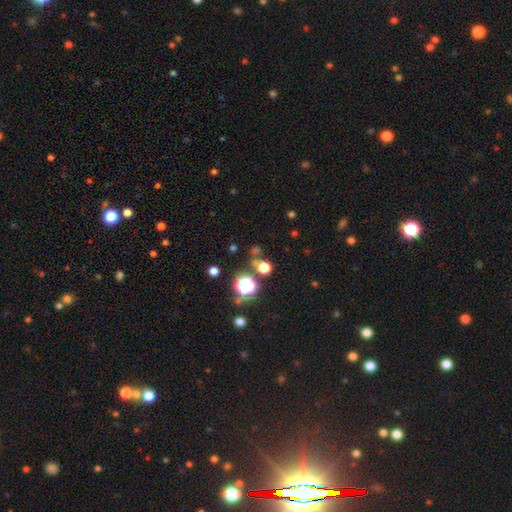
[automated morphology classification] smooth_or_featured: star or artifact (p=0.67) [alt: smooth p=0.24]